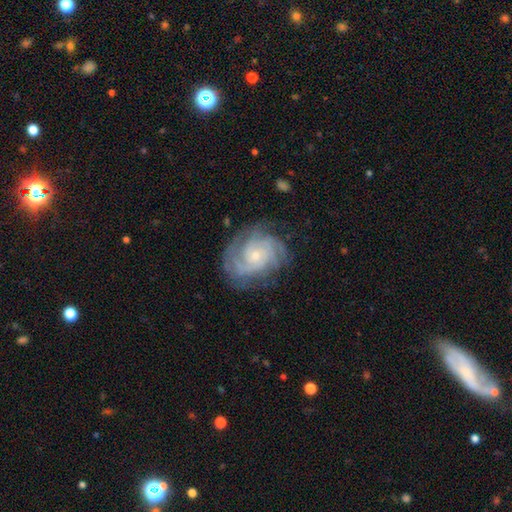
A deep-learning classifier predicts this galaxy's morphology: Q: Smooth or featured?
A: featured or disk (85%); runner-up: smooth (9%)
Q: Edge-on disk?
A: no (97%); runner-up: yes (3%)
Q: Bar?
A: no (76%); runner-up: weak (20%)
Q: Spiral arms?
A: yes (97%); runner-up: no (3%)
Q: Spiral winding?
A: tight (69%); runner-up: medium (26%)
Q: Spiral arm count?
A: can't tell (28%); runner-up: 3 (23%)
Q: Bulge size?
A: small (70%); runner-up: moderate (25%)
Q: Merging?
A: none (75%); runner-up: minor disturbance (17%)